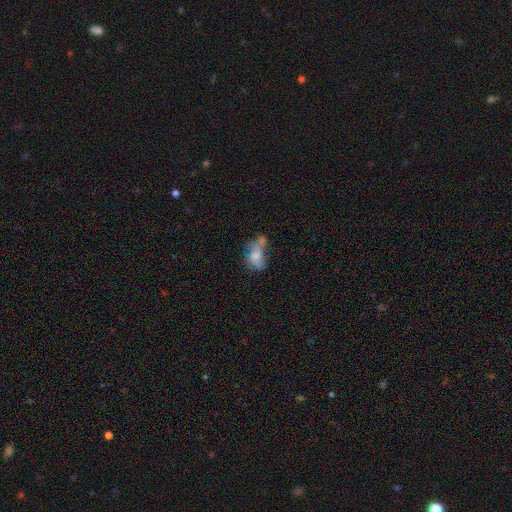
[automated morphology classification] Smooth or featured: smooth — 45% (featured or disk — 44%)
Merging: merger — 31% (major disturbance — 26%)